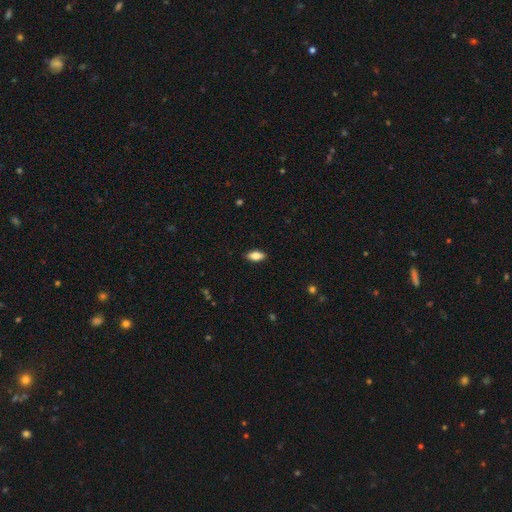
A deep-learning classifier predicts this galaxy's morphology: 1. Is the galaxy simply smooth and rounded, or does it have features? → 78% smooth, 15% featured or disk, 7% star or artifact.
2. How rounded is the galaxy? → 87% in between, 9% cigar-shaped, 3% round.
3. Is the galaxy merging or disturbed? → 89% none, 9% minor disturbance, 2% major disturbance, 1% merger.